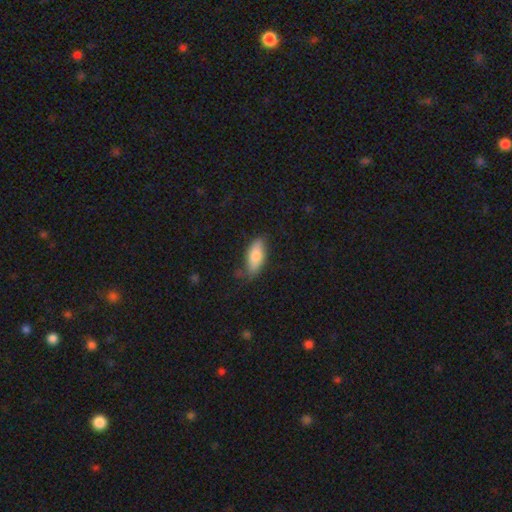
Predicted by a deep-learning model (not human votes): This is likely a smooth galaxy (78%). How rounded: clearly in between (80%). Merging: likely none (65%).